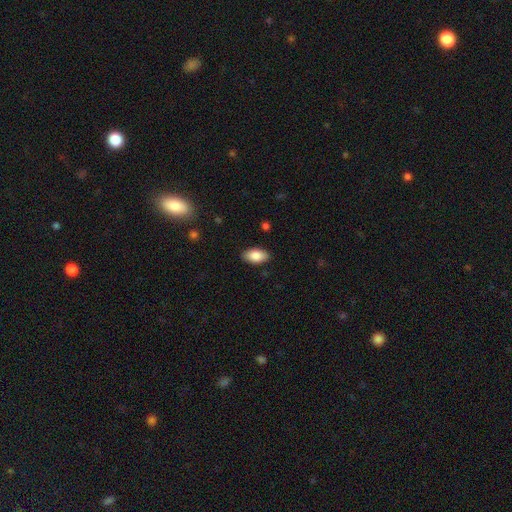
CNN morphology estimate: Smooth or featured?
  - smooth: 85% *
  - featured or disk: 8%
  - star or artifact: 7%
How rounded?
  - in between: 94% *
  - round: 4%
  - cigar-shaped: 2%
Merging?
  - none: 88% *
  - minor disturbance: 9%
  - major disturbance: 2%
  - merger: 1%